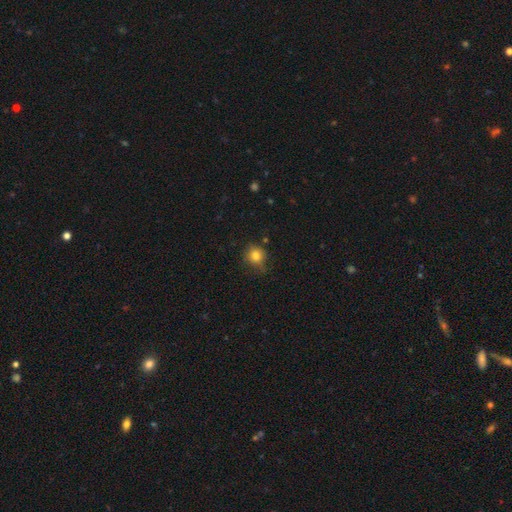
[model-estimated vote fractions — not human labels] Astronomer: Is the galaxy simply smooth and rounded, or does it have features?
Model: smooth — 81%.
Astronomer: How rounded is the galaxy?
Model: round — 84%.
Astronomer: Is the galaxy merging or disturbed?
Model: none — 70%.